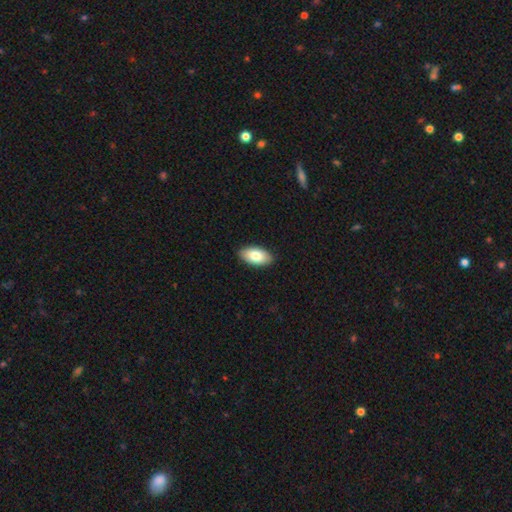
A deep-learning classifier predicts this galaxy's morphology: Smooth or featured?
  - smooth: 81% *
  - featured or disk: 13%
  - star or artifact: 6%
How rounded?
  - in between: 95% *
  - round: 3%
  - cigar-shaped: 2%
Merging?
  - none: 90% *
  - minor disturbance: 8%
  - major disturbance: 2%
  - merger: 1%